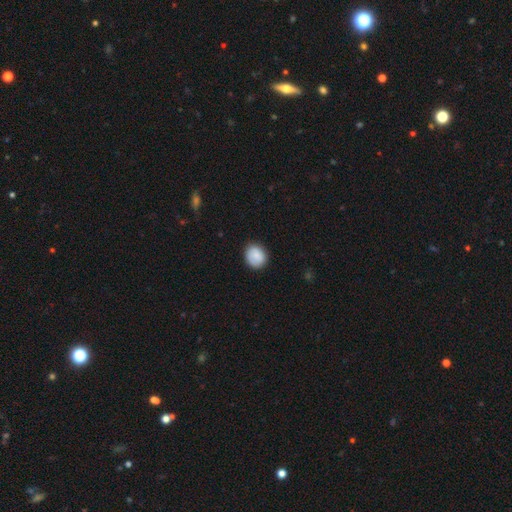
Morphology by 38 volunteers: Overall: smooth (97%). How rounded: round (54%; in between 46%). Merging: none (95%).